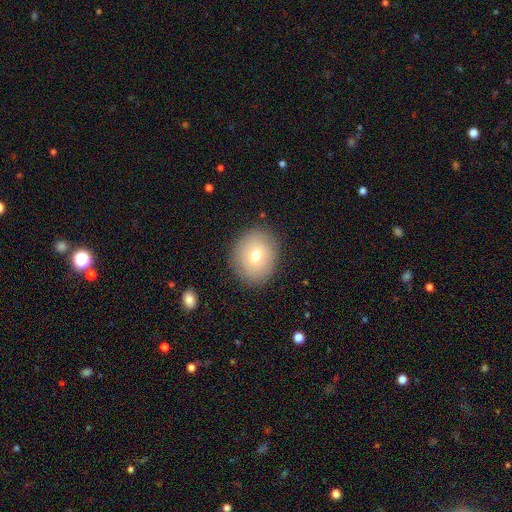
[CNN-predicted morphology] smooth-or-featured: smooth: 69% | featured or disk: 22% | star or artifact: 9%
  how-rounded: round: 69% | in between: 30% | cigar-shaped: 1%
  merging: none: 86% | minor disturbance: 10% | major disturbance: 3% | merger: 1%